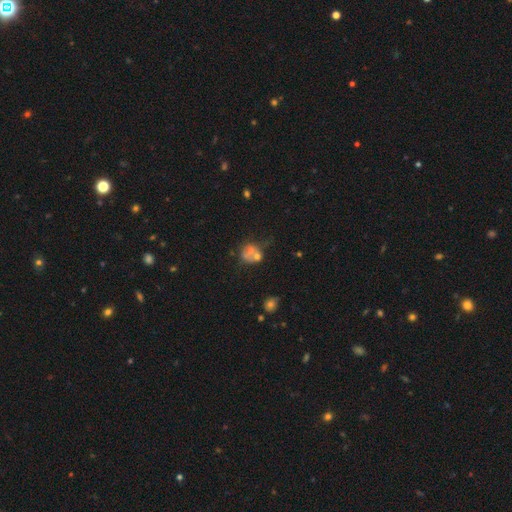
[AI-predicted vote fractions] The model was most divided on "merging": merger: 36%, none: 34%, minor disturbance: 16%, major disturbance: 13%. More confident: how rounded — round (64%); smooth or featured — smooth (53%).